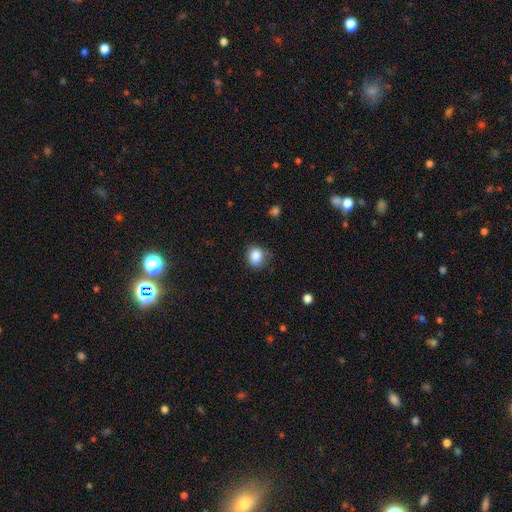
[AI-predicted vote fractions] Smooth or featured? Predicted: smooth (p=0.86). How rounded? Predicted: round (p=0.62). Merging? Predicted: none (p=0.72).